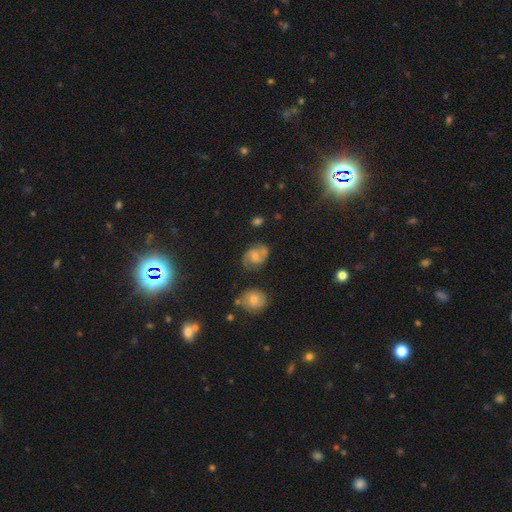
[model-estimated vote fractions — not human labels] smooth_or_featured: featured or disk (p=0.53) [alt: smooth p=0.37]
disk_edge_on: no (p=0.97) [alt: yes p=0.03]
bar: weak (p=0.47) [alt: no p=0.42]
has_spiral_arms: yes (p=0.83) [alt: no p=0.17]
bulge_size: moderate (p=0.49) [alt: small p=0.39]
merging: none (p=0.65) [alt: minor disturbance p=0.21]